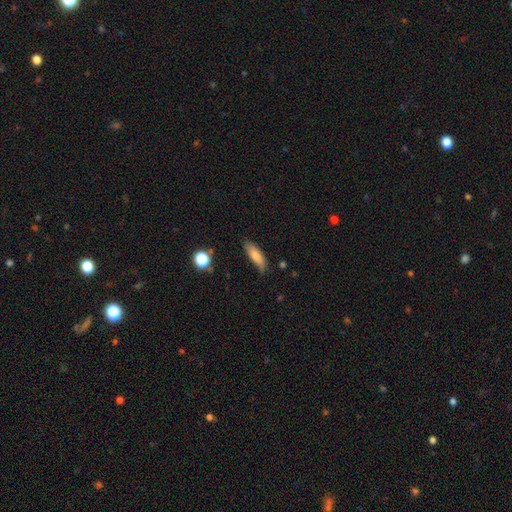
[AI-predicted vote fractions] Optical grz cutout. It shows a smooth galaxy with no disk features (79%) that is in between round and cigar-shaped (54%). Merging: none (65%).